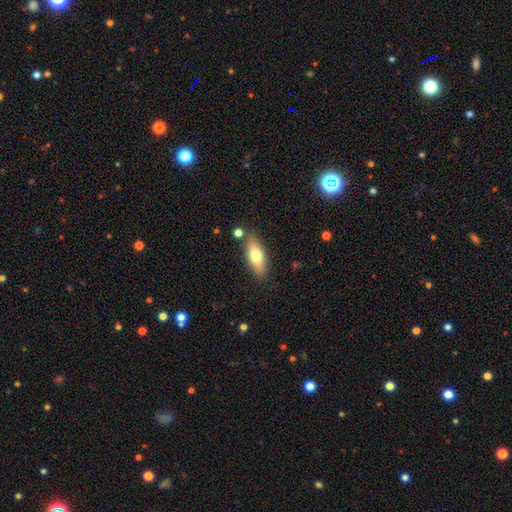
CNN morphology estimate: This is likely a smooth galaxy (72%). How rounded: likely in between (70%). Merging: clearly none (82%).